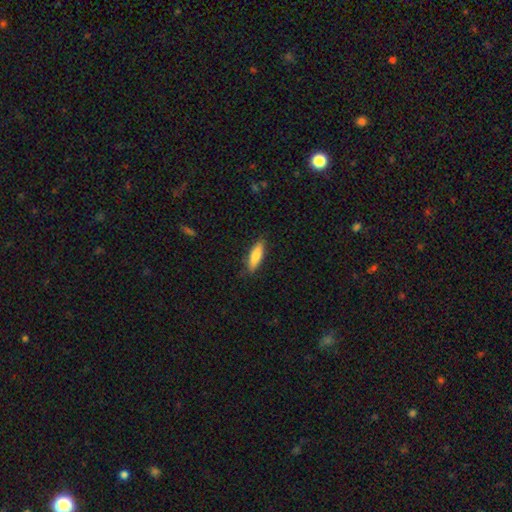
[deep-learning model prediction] A smooth galaxy with no disk features (81%) that is cigar-shaped (59%).

Vote fractions:
- Smooth or featured? smooth: 81% / featured or disk: 13% / star or artifact: 6%
- How rounded? cigar-shaped: 59% / in between: 40% / round: 2%
- Merging? none: 85% / minor disturbance: 12% / major disturbance: 2% / merger: 1%